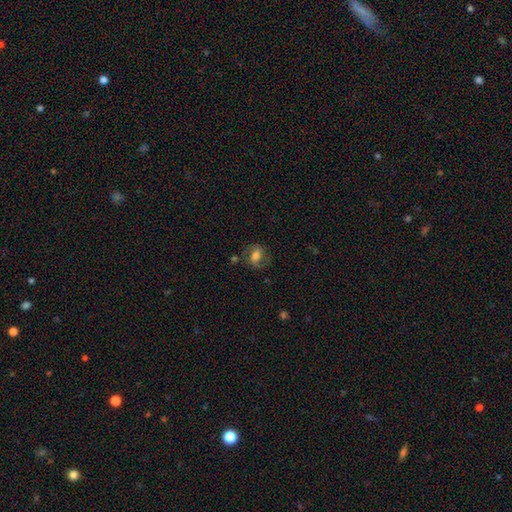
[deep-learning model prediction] Q: Smooth or featured?
A: smooth (47%); runner-up: featured or disk (43%)
Q: Merging?
A: none (64%); runner-up: minor disturbance (20%)